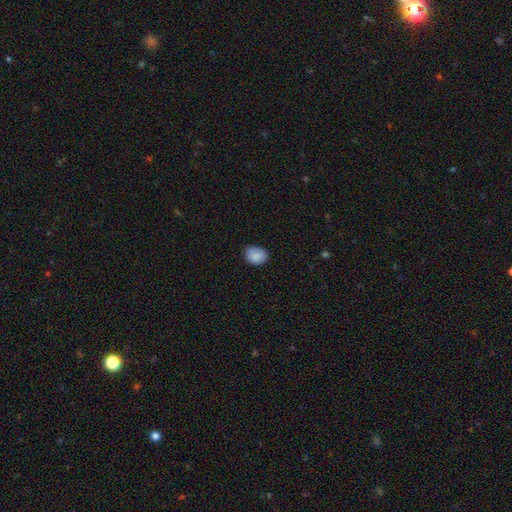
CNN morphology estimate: Smooth or featured?
  - smooth: 86% *
  - star or artifact: 8%
  - featured or disk: 6%
How rounded?
  - in between: 52% *
  - round: 47%
  - cigar-shaped: 1%
Merging?
  - none: 77% *
  - minor disturbance: 19%
  - major disturbance: 3%
  - merger: 1%